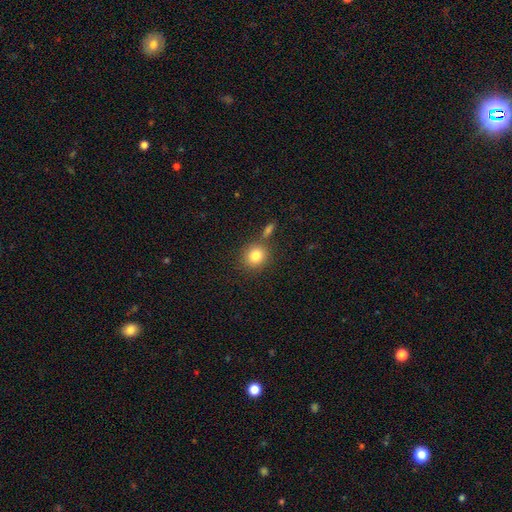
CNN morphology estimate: A smooth galaxy with no disk features (82%) that is round (83%).

Vote fractions:
- Smooth or featured? smooth: 82% / star or artifact: 10% / featured or disk: 8%
- How rounded? round: 83% / in between: 16% / cigar-shaped: 1%
- Merging? none: 75% / merger: 12% / minor disturbance: 10% / major disturbance: 3%